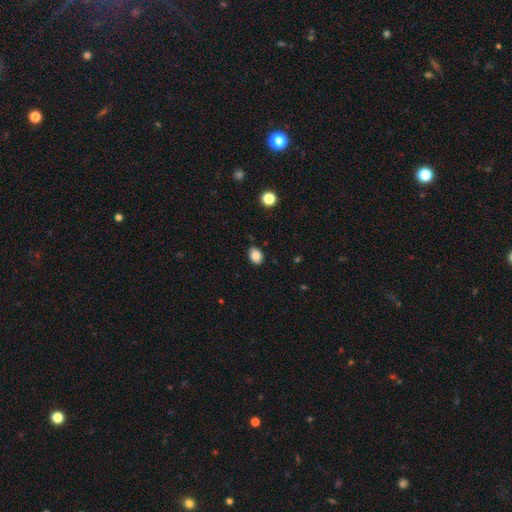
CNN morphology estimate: The model was most divided on "how rounded": in between: 68%, round: 31%, cigar-shaped: 1%. More confident: smooth or featured — smooth (86%); merging — none (82%).